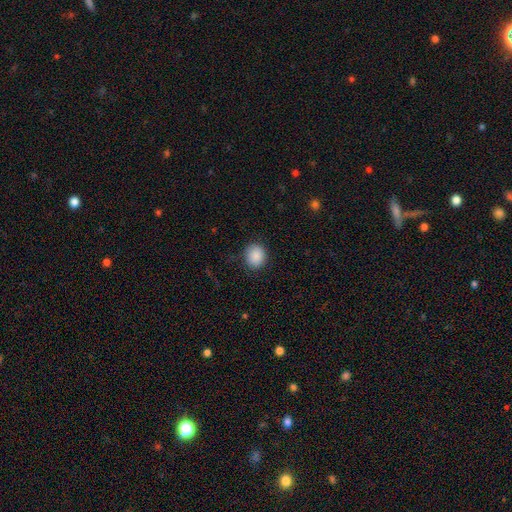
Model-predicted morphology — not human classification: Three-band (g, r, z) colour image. It shows a smooth galaxy with no disk features (89%) that is round (67%). Merging: none (85%).